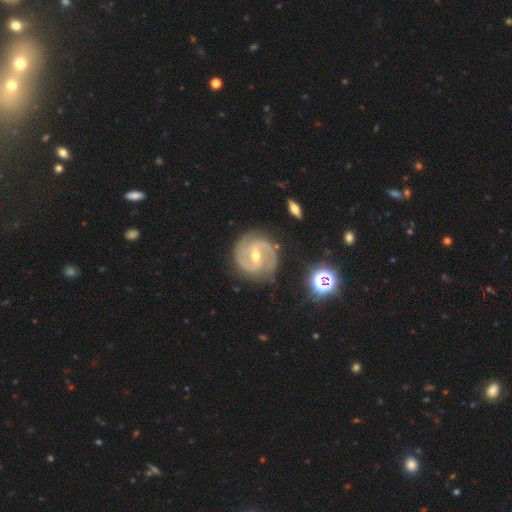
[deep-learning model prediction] smooth_or_featured: featured or disk (p=0.89) [alt: star or artifact p=0.06]
disk_edge_on: no (p=0.98) [alt: yes p=0.02]
bar: weak (p=0.46) [alt: strong p=0.27]
has_spiral_arms: yes (p=0.97) [alt: no p=0.03]
spiral_winding: medium (p=0.50) [alt: tight p=0.38]
spiral_arm_count: 2 (p=0.90) [alt: 3 p=0.03]
bulge_size: moderate (p=0.52) [alt: small p=0.45]
merging: none (p=0.82) [alt: minor disturbance p=0.13]